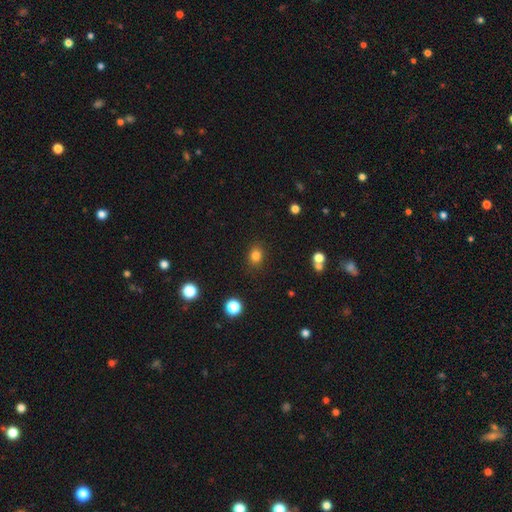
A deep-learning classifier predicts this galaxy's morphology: Smooth or featured?
  - smooth: 82% *
  - star or artifact: 13%
  - featured or disk: 5%
How rounded?
  - round: 58% *
  - in between: 41%
  - cigar-shaped: 1%
Merging?
  - none: 85% *
  - minor disturbance: 10%
  - major disturbance: 3%
  - merger: 2%